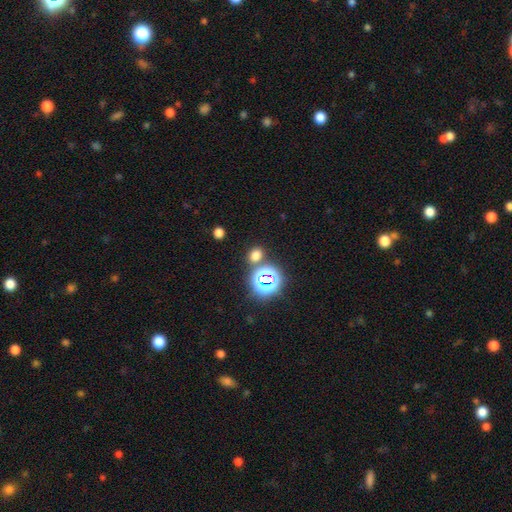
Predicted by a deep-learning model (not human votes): Morphology: type=smooth (64%); roundness=round (49%, tied with in between); merging=none (78%).